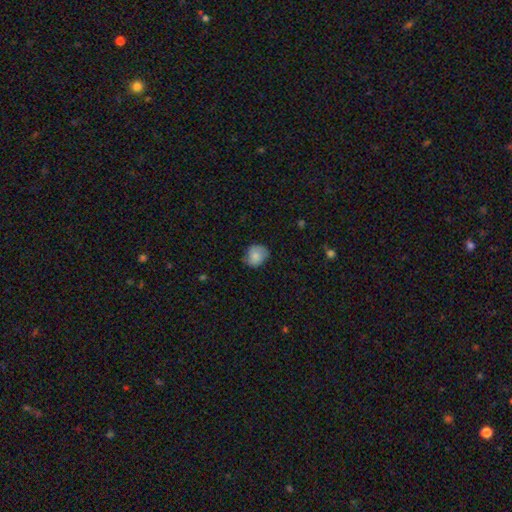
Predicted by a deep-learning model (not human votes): Morphology: type=smooth (82%); roundness=round (61%); merging=none (68%).